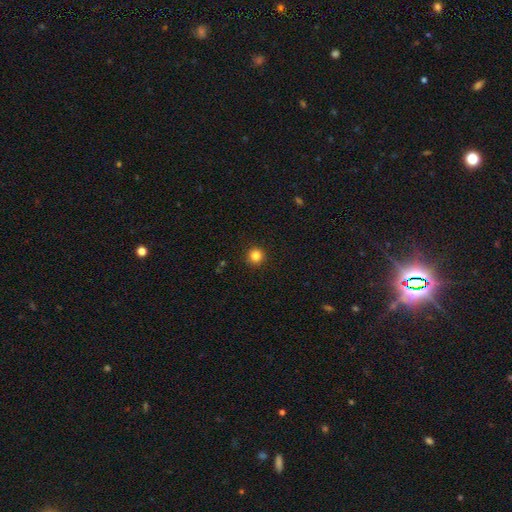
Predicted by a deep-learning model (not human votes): Morphology: type=smooth (84%); roundness=round (95%); merging=none (92%).